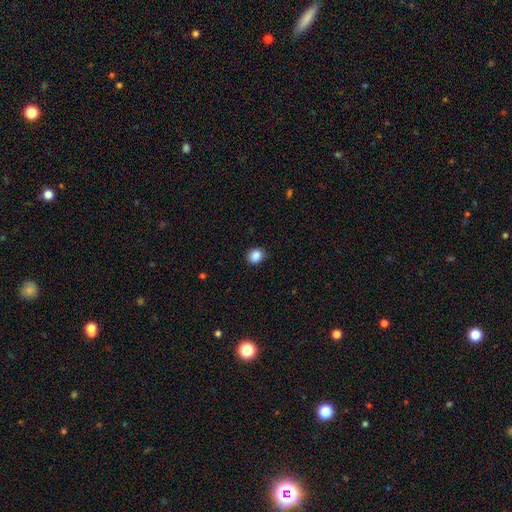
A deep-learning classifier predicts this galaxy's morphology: smooth_or_featured: smooth (p=0.88) [alt: star or artifact p=0.09]
how_rounded: round (p=0.67) [alt: in between p=0.33]
merging: none (p=0.89) [alt: minor disturbance p=0.08]